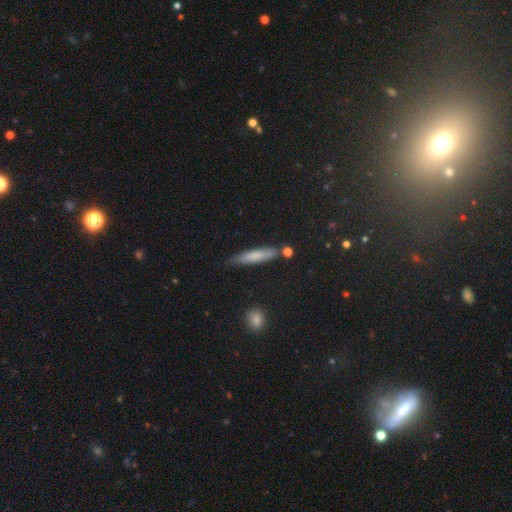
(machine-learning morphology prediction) A smooth galaxy with no disk features (72%) that is cigar-shaped (85%).

Vote fractions:
- Smooth or featured? smooth: 72% / featured or disk: 20% / star or artifact: 7%
- How rounded? cigar-shaped: 85% / in between: 13% / round: 2%
- Merging? none: 72% / minor disturbance: 20% / merger: 4% / major disturbance: 4%